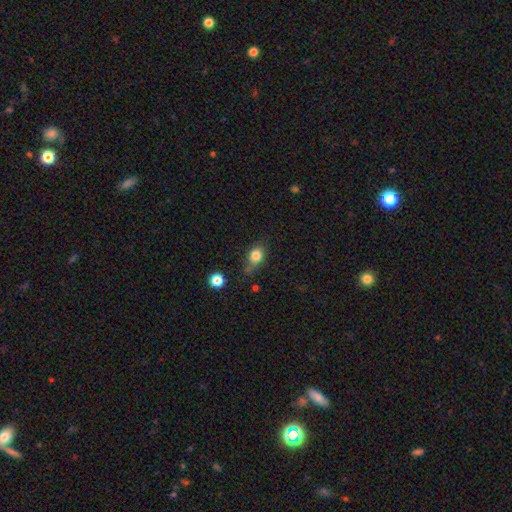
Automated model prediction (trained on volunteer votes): Q: Smooth or featured?
A: smooth (80%); runner-up: star or artifact (10%)
Q: How rounded?
A: in between (51%); runner-up: round (46%)
Q: Merging?
A: none (55%); runner-up: minor disturbance (30%)